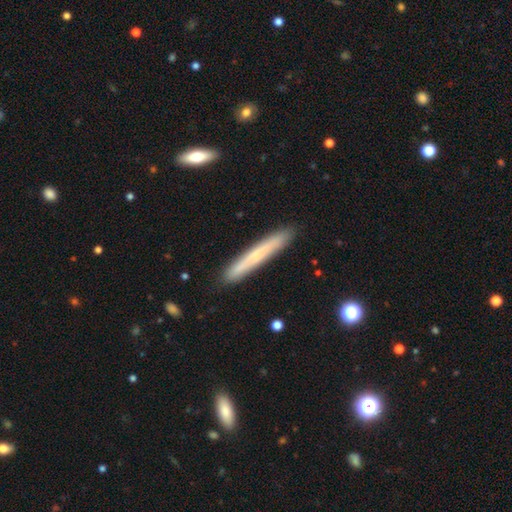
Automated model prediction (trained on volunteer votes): This is likely a smooth galaxy (62%). How rounded: clearly cigar-shaped (96%). Merging: clearly none (89%).